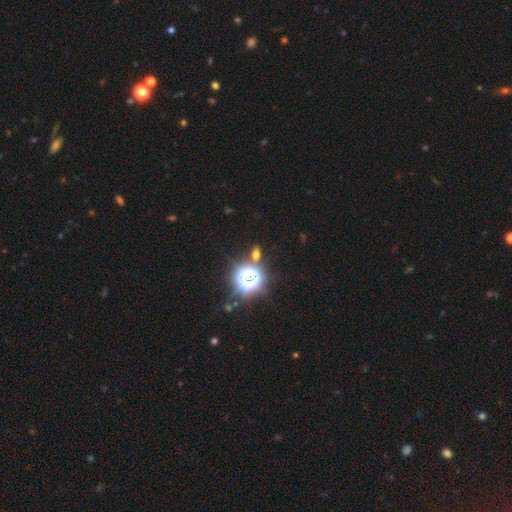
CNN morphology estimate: This appears to be a star or artifact, not a galaxy (51%).